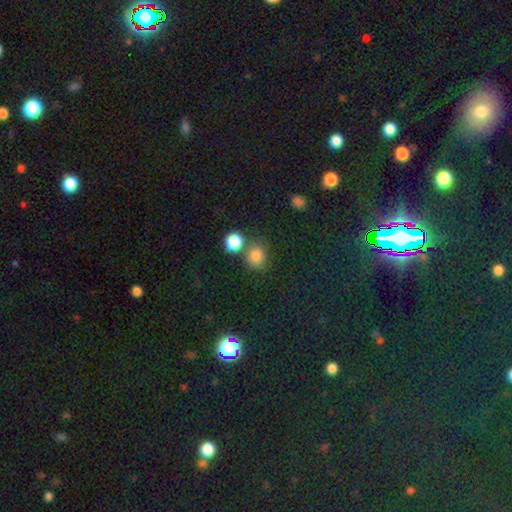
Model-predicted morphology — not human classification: Q: Smooth or featured?
A: smooth (81%); runner-up: star or artifact (13%)
Q: How rounded?
A: round (82%); runner-up: in between (17%)
Q: Merging?
A: none (66%); runner-up: merger (19%)